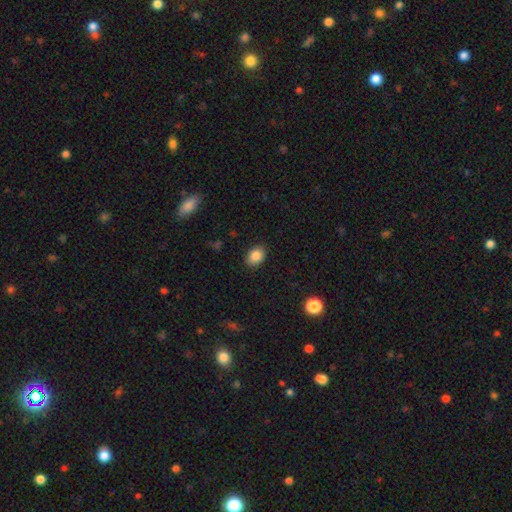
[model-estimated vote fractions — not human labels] The model was most divided on "how rounded": in between: 67%, round: 32%, cigar-shaped: 1%. More confident: merging — none (87%); smooth or featured — smooth (85%).